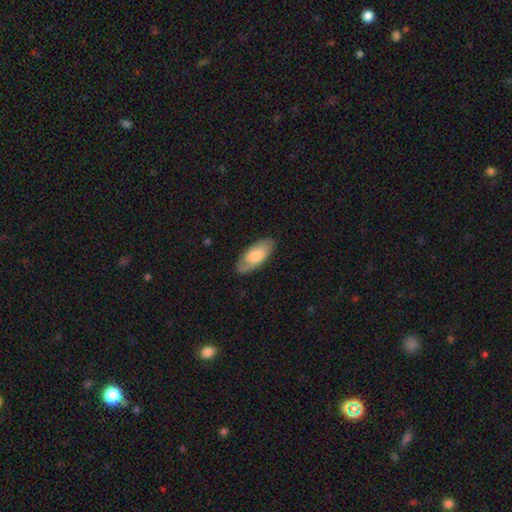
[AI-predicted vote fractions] Smooth or featured? smooth (66%)
How rounded? in between (87%)
Merging? none (80%)